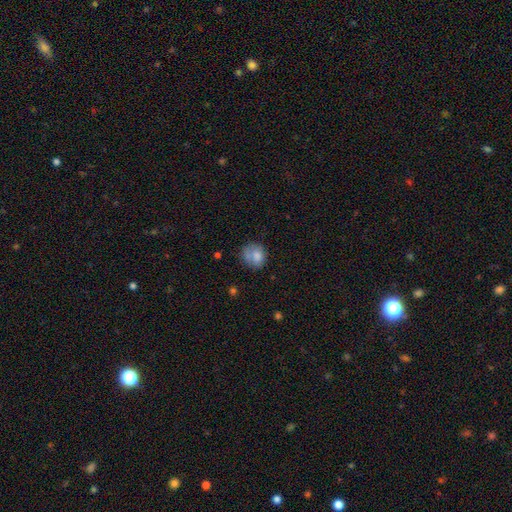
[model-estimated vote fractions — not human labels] Morphology: type=smooth (75%); roundness=round (63%); merging=none (51%).